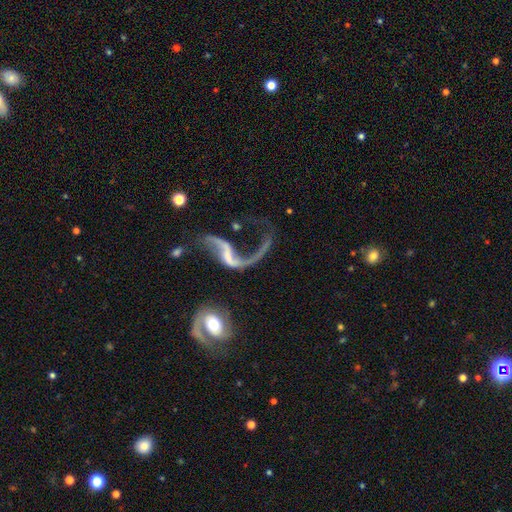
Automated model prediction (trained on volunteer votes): This appears to be a featured or disk galaxy (80%) with no bar (46%), 2 (77%) loose (90%) spiral arms (87%) and a small central bulge (52%). Merging: none (37%).